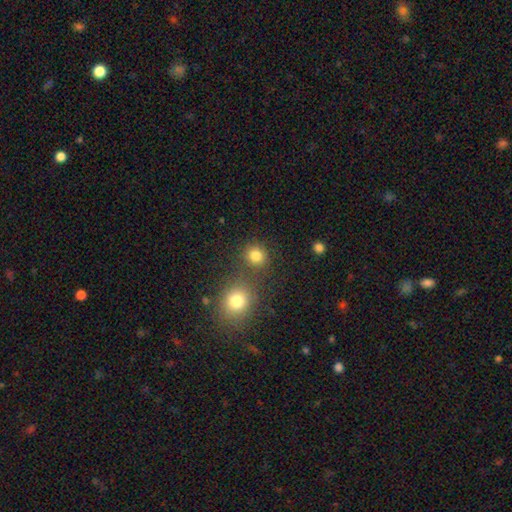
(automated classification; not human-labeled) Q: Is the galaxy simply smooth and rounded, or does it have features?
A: smooth — 81%.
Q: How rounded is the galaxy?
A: round — 88%.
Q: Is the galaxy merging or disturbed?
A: none — 72%.